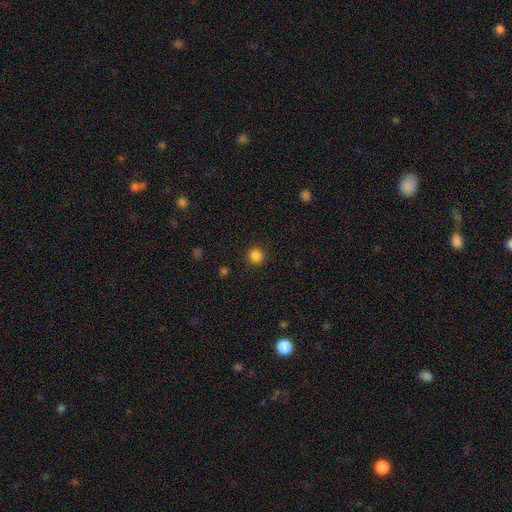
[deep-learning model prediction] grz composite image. It shows a smooth galaxy with no disk features (85%) that is round (95%). Merging: none (91%).